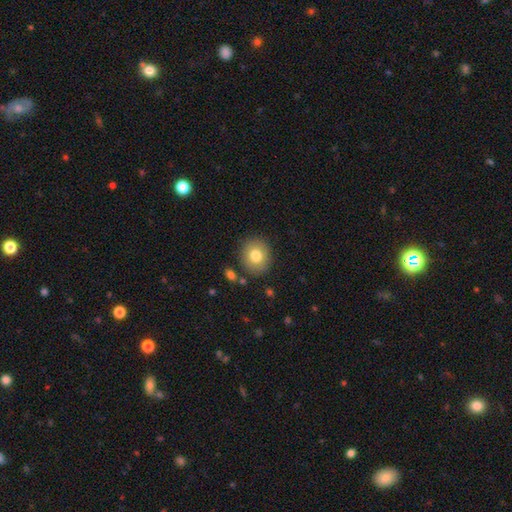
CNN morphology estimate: Smooth or featured? Predicted: smooth (p=0.79). How rounded? Predicted: round (p=0.79). Merging? Predicted: none (p=0.85).